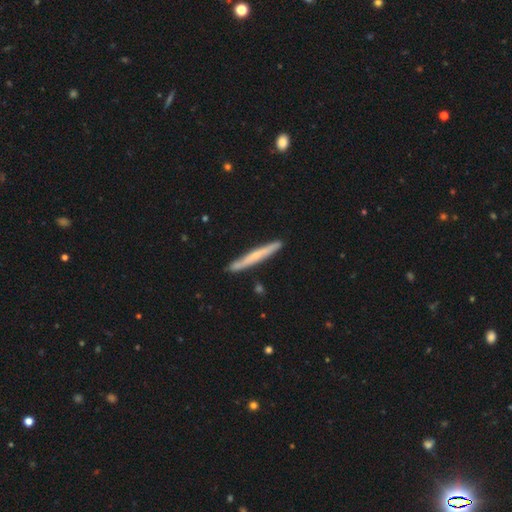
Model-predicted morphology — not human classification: Smooth or featured: featured or disk — 50% (smooth — 44%)
Edge-on disk: yes — 94% (no — 6%)
Merging: none — 88% (minor disturbance — 9%)